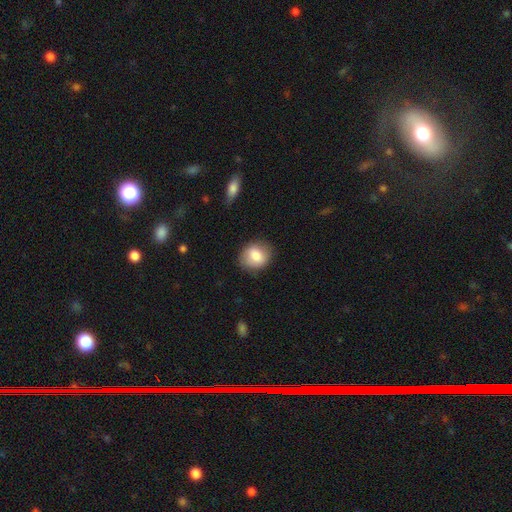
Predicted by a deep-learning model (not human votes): A smooth galaxy with no disk features (79%) that is round (65%).

Vote fractions:
- Smooth or featured? smooth: 79% / featured or disk: 14% / star or artifact: 8%
- How rounded? round: 65% / in between: 34% / cigar-shaped: 1%
- Merging? none: 81% / minor disturbance: 14% / major disturbance: 4% / merger: 1%